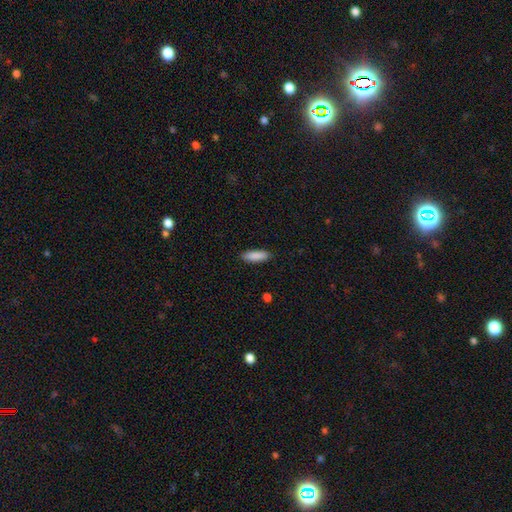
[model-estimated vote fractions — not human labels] smooth 89%, star or artifact 6%, featured or disk 5%. Down the decision tree: how rounded — in between (52%); merging — none (89%).